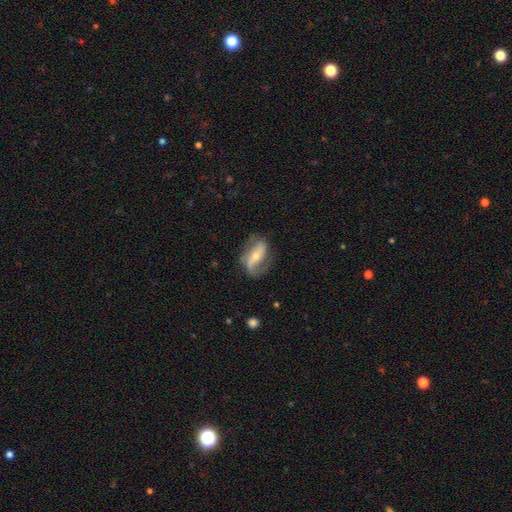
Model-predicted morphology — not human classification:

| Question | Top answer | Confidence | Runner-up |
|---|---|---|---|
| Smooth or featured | featured or disk | 71% | smooth (23%) |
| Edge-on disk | no | 91% | yes (9%) |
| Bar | strong | 44% | no (29%) |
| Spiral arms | yes | 84% | no (16%) |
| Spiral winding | loose | 42% | medium (37%) |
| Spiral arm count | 2 | 75% | 1 (13%) |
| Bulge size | small | 49% | moderate (45%) |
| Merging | none | 63% | minor disturbance (22%) |